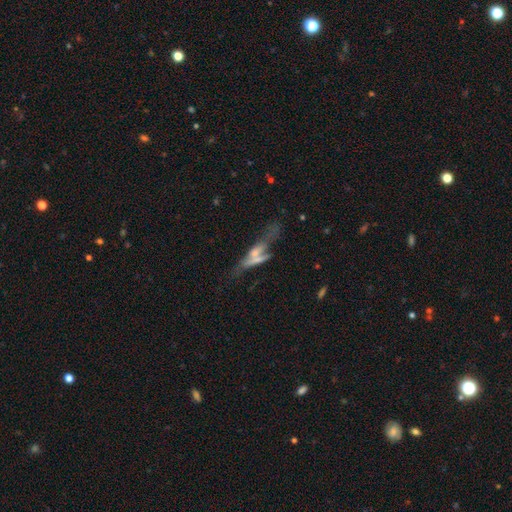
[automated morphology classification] This appears to be a smooth galaxy with no disk features (46%). Merging: merger (41%).